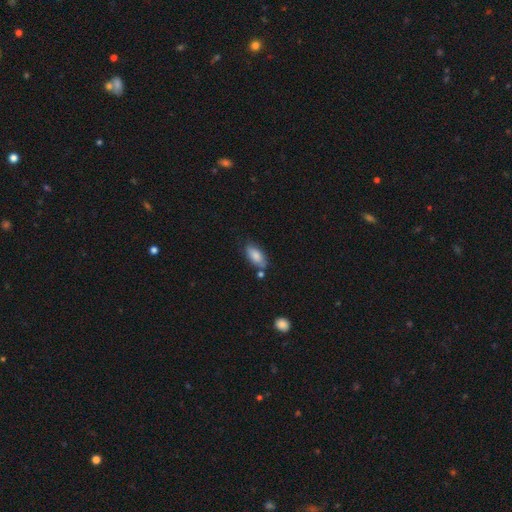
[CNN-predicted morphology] type=smooth (83%); roundness=in between (88%); merging=none (68%).